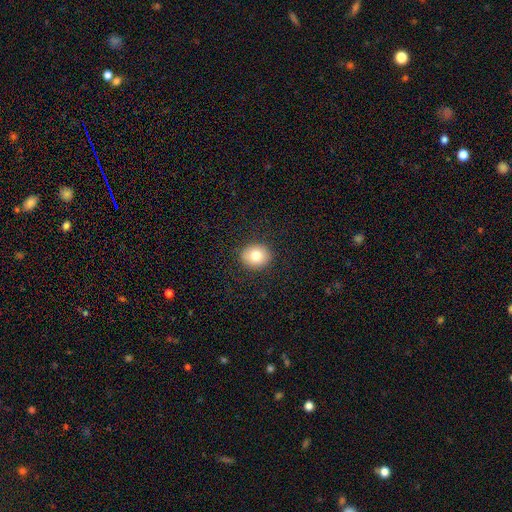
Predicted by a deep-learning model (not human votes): smooth_or_featured: smooth (p=0.80) [alt: featured or disk p=0.11]
how_rounded: round (p=0.73) [alt: in between p=0.26]
merging: none (p=0.89) [alt: minor disturbance p=0.07]